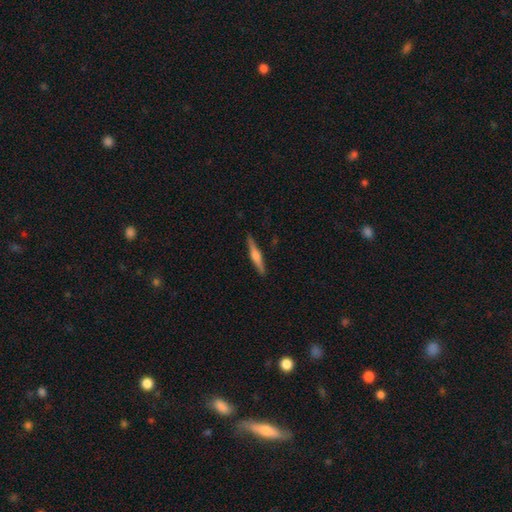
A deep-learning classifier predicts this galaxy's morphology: This is likely a featured or disk galaxy (62%). It is clearly viewed edge-on (98%). Edge-on bulge: clearly rounded (83%). Merging: clearly none (90%).